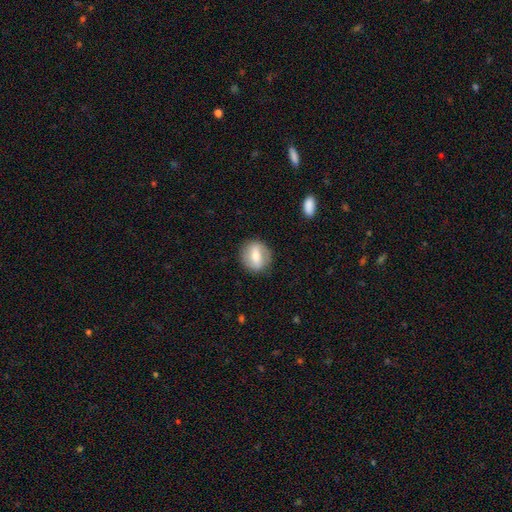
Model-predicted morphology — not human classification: Overall: smooth (51%; featured or disk 42%). How rounded: round (74%). Merging: none (86%).